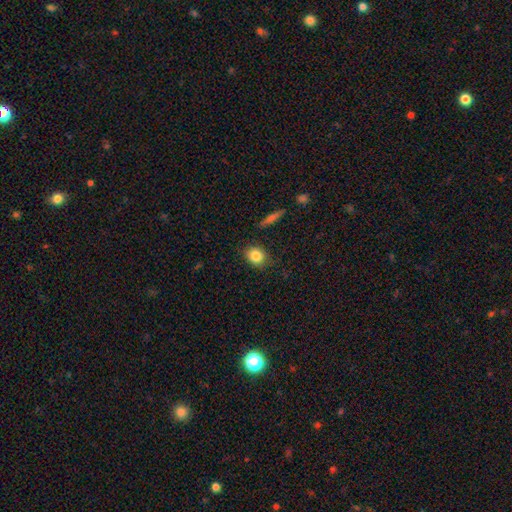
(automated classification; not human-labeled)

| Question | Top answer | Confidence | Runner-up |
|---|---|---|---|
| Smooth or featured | smooth | 83% | star or artifact (9%) |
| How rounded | round | 59% | in between (39%) |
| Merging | none | 82% | minor disturbance (13%) |